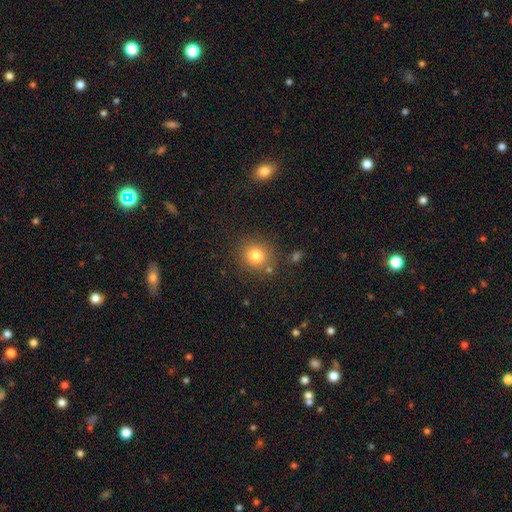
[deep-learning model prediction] Smooth or featured: smooth — 80% (star or artifact — 13%)
How rounded: round — 89% (in between — 10%)
Merging: none — 83% (minor disturbance — 9%)